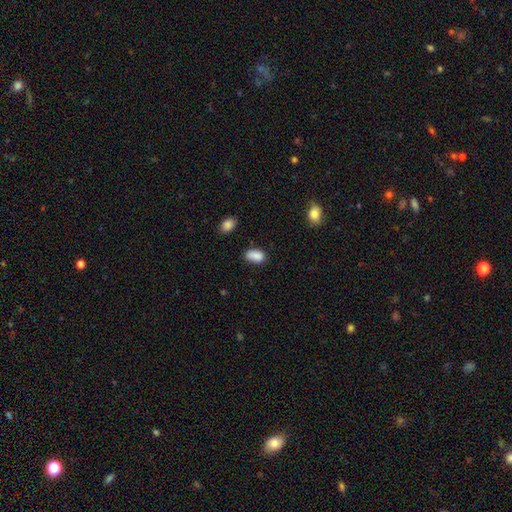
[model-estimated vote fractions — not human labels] A smooth galaxy with no disk features (86%) that is in between round and cigar-shaped (88%). Merging: none (66%).